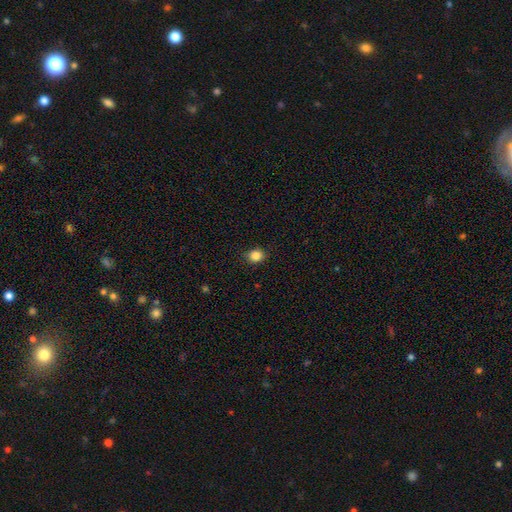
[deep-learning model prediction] smooth_or_featured: smooth (p=0.85) [alt: star or artifact p=0.11]
how_rounded: round (p=0.66) [alt: in between p=0.33]
merging: none (p=0.87) [alt: minor disturbance p=0.10]